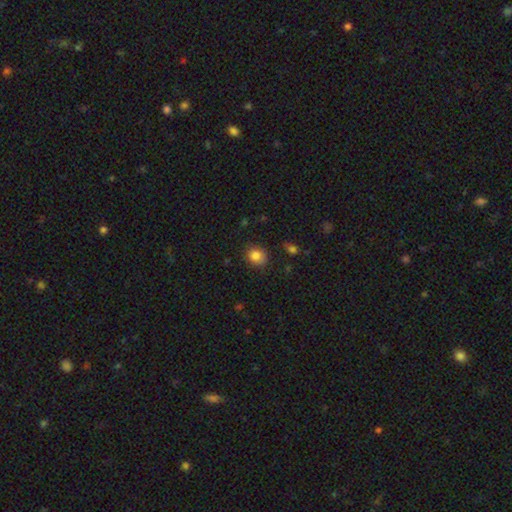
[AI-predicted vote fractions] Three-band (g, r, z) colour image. It shows a smooth galaxy with no disk features (84%) that is round (66%). Merging: none (80%).